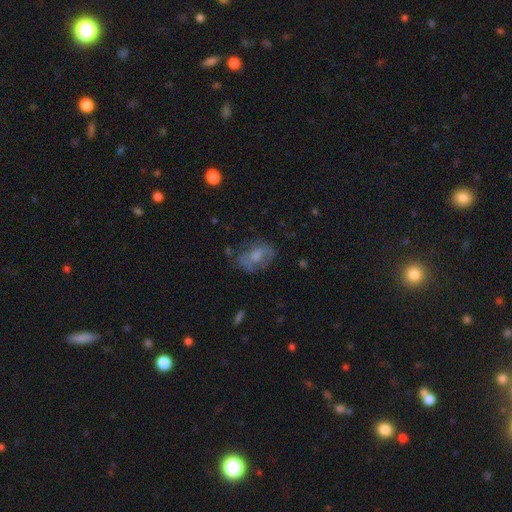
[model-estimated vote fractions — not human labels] smooth-or-featured: smooth: 48% | featured or disk: 42% | star or artifact: 10%
  merging: none: 54% | minor disturbance: 25% | major disturbance: 18% | merger: 3%